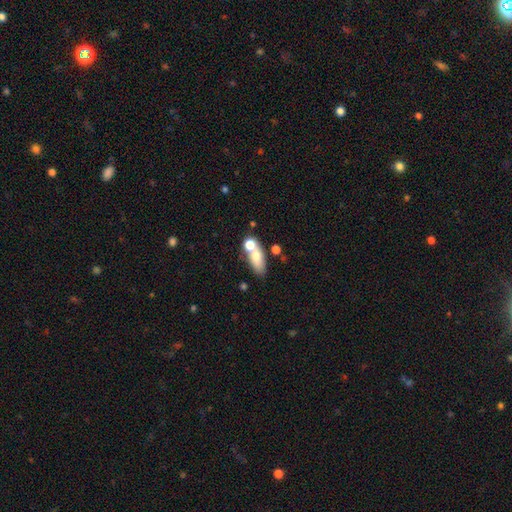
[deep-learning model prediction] smooth 69%, featured or disk 21%, star or artifact 10%. Down the decision tree: how rounded — in between (72%); merging — none (45%).